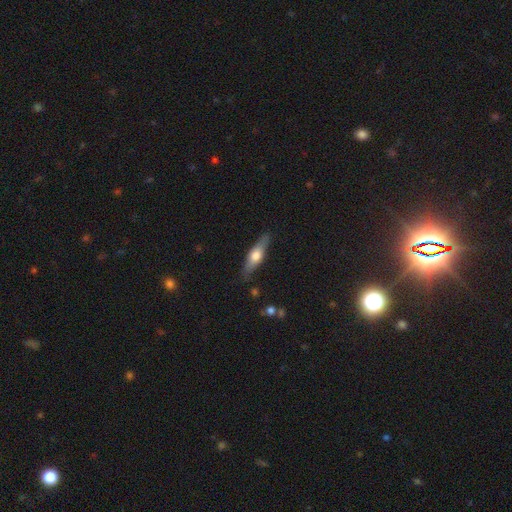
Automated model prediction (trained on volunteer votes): Overall: featured or disk (48%; smooth 47%). Merging: none (84%).